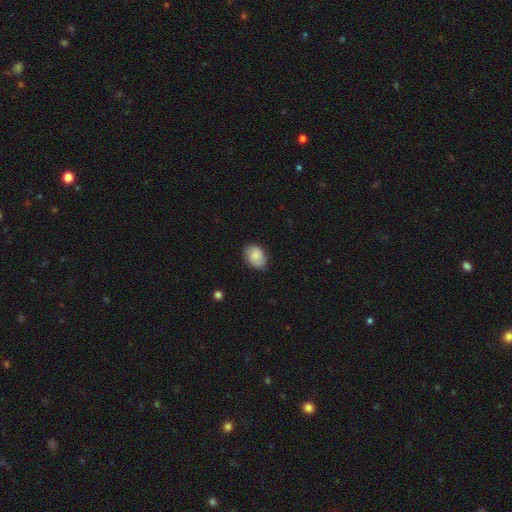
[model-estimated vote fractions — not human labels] Overall: smooth (78%). How rounded: in between (70%). Merging: none (79%).